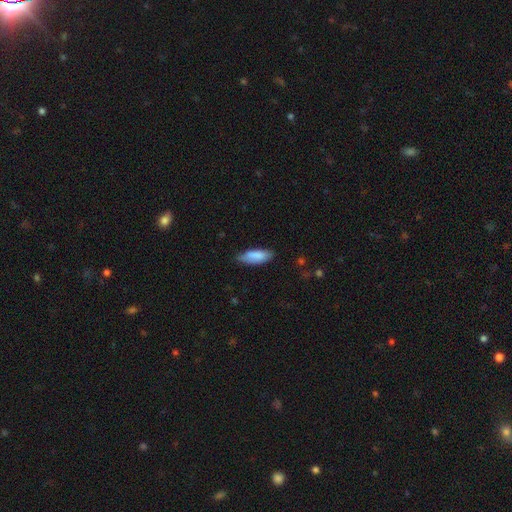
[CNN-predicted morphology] Overall: smooth (83%). How rounded: in between (67%; cigar-shaped 31%). Merging: none (68%).